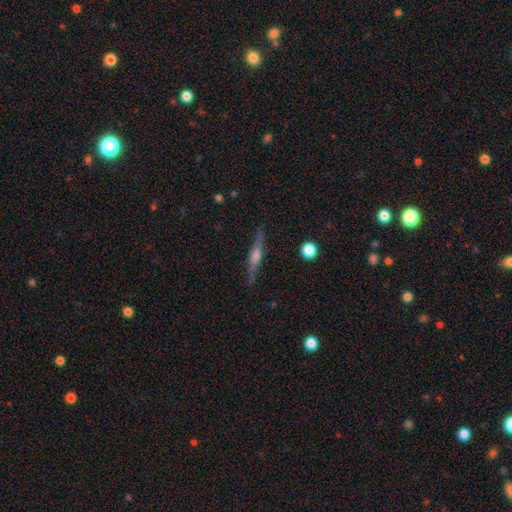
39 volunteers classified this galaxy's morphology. type=featured or disk (74%); edge-on=yes (97%); edge-on bulge=rounded (64%); merging=none (95%).